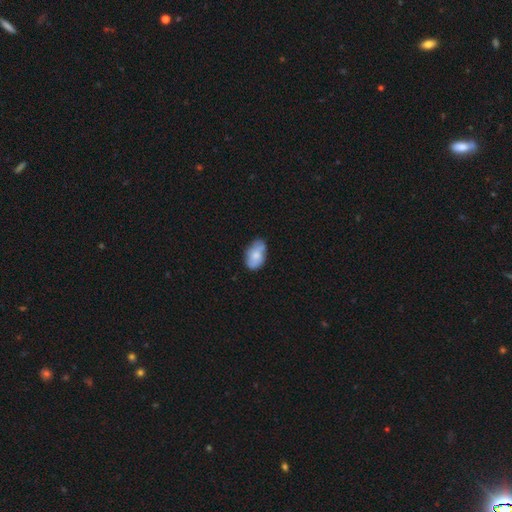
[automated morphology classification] A smooth galaxy with no disk features (67%) that is in between round and cigar-shaped (92%). Merging: none (59%).